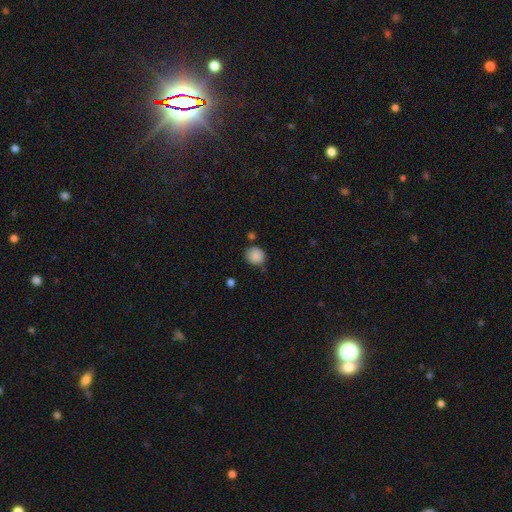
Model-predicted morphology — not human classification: smooth_or_featured: smooth (p=0.87) [alt: star or artifact p=0.09]
how_rounded: round (p=0.85) [alt: in between p=0.14]
merging: none (p=0.71) [alt: minor disturbance p=0.20]